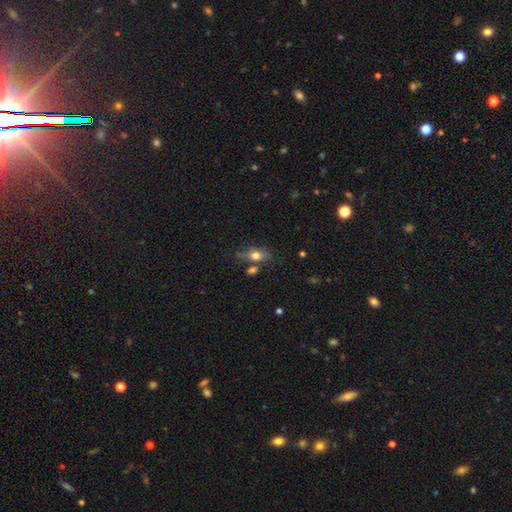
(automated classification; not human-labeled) Smooth or featured? Predicted: smooth (p=0.73). How rounded? Predicted: in between (p=0.79). Merging? Predicted: none (p=0.57).